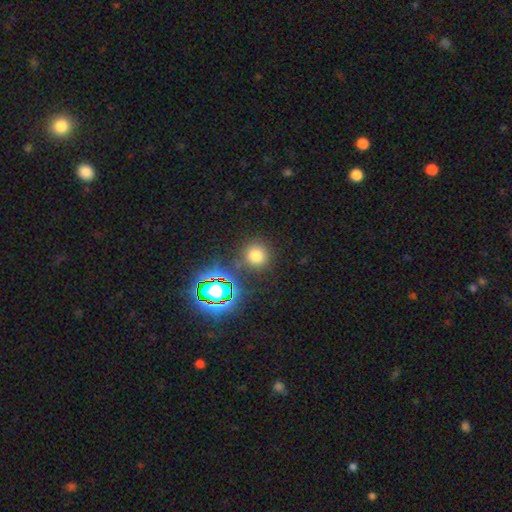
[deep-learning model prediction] Morphology: type=smooth (69%); roundness=round (92%); merging=none (83%).